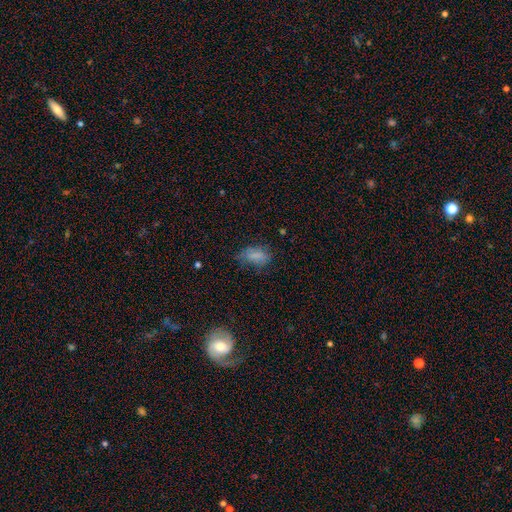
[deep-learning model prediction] This is likely a smooth galaxy (74%). How rounded: clearly in between (89%). Merging: possibly none (57%).